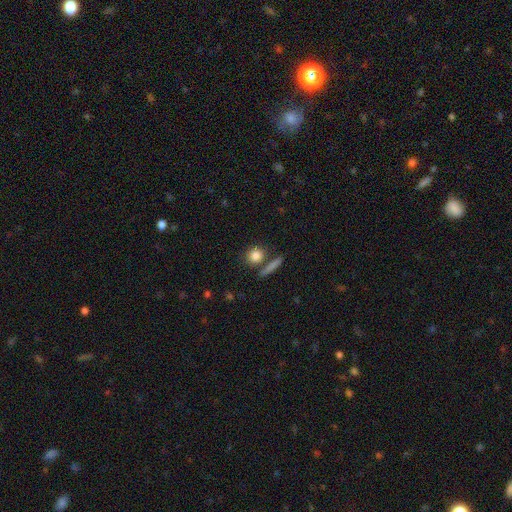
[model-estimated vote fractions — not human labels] Overall: smooth (83%). How rounded: round (76%). Merging: none (72%).